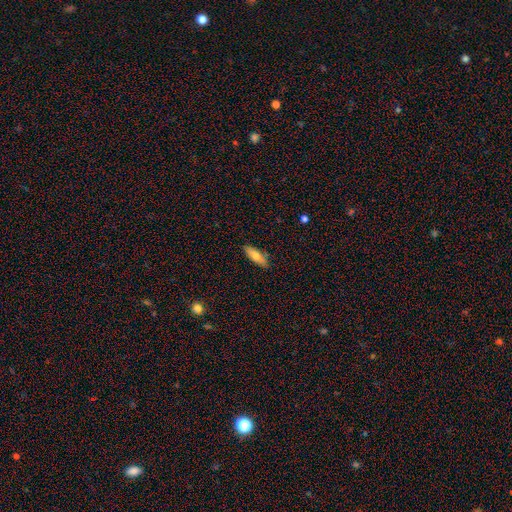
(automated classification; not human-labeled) This is likely a smooth galaxy (70%). How rounded: possibly in between (58%). Merging: clearly none (84%).